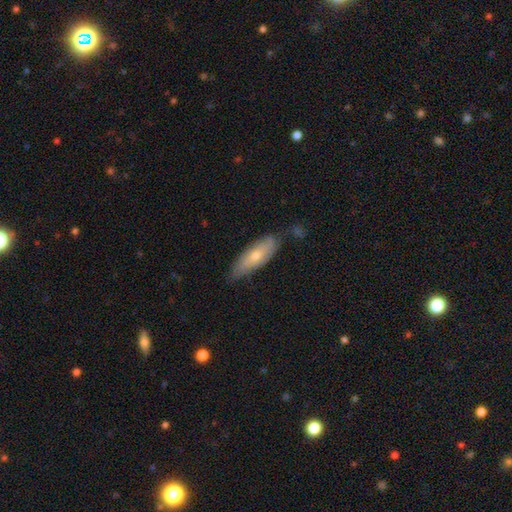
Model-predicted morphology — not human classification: smooth-or-featured: smooth: 51% | featured or disk: 43% | star or artifact: 7%
  how-rounded: in between: 55% | cigar-shaped: 43% | round: 2%
  merging: none: 70% | minor disturbance: 24% | major disturbance: 4% | merger: 3%